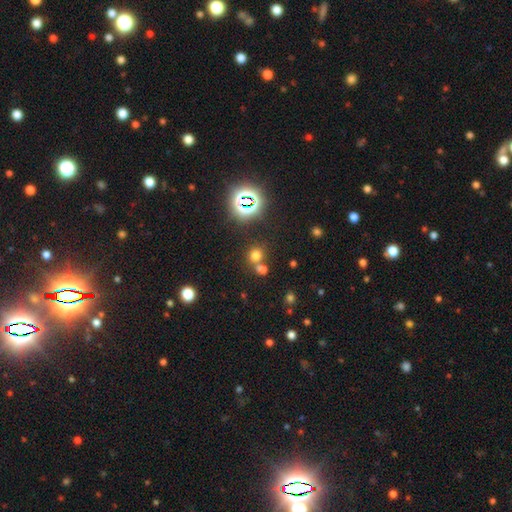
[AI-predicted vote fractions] smooth 64%, star or artifact 28%, featured or disk 9%. Down the decision tree: how rounded — round (82%); merging — none (53%).